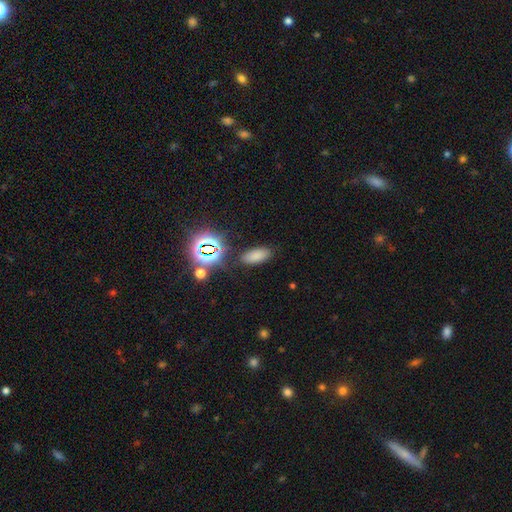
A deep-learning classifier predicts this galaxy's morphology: Q: Smooth or featured?
A: smooth (72%); runner-up: star or artifact (21%)
Q: How rounded?
A: in between (86%); runner-up: cigar-shaped (9%)
Q: Merging?
A: none (85%); runner-up: minor disturbance (9%)